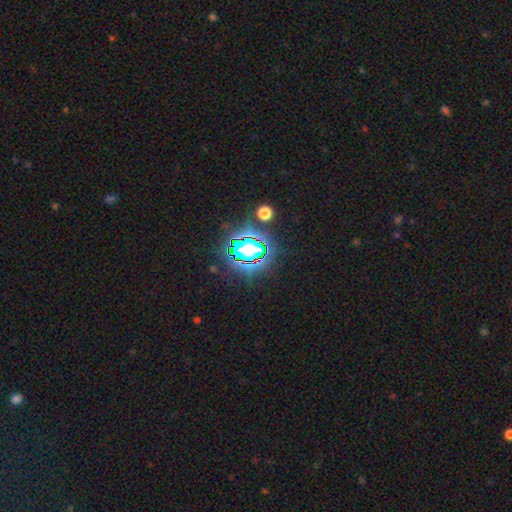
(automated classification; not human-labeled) Overall: star or artifact (71%).